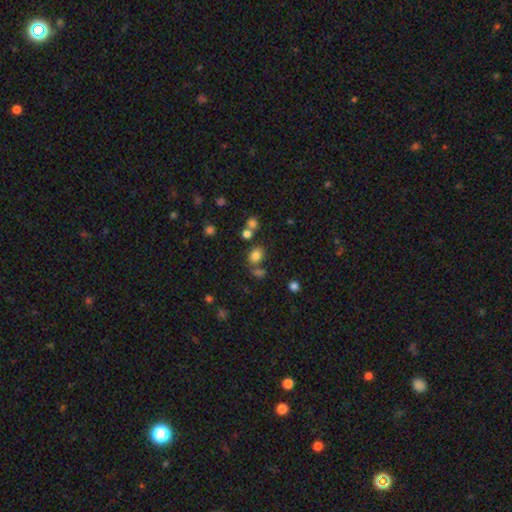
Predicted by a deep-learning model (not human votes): Morphology: type=smooth (78%); roundness=in between (51%); merging=none (65%).